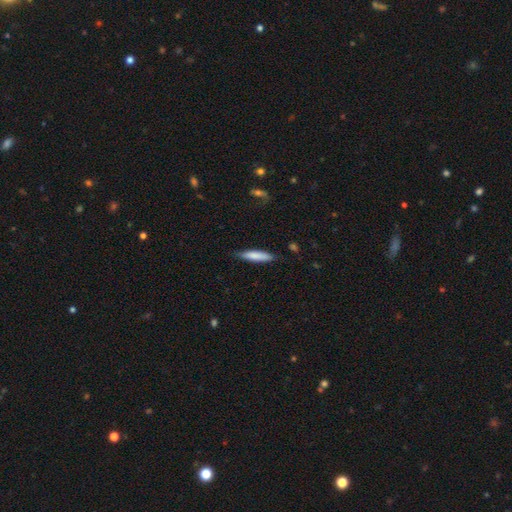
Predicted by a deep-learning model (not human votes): Overall: smooth (79%). How rounded: cigar-shaped (81%). Merging: none (80%).